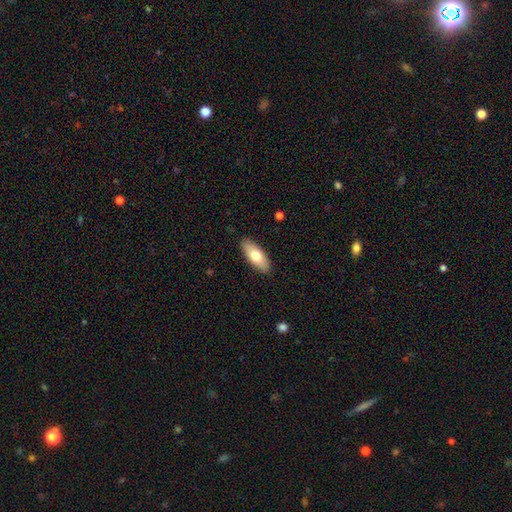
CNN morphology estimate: Smooth or featured?
  - smooth: 71% *
  - featured or disk: 24%
  - star or artifact: 6%
How rounded?
  - in between: 78% *
  - cigar-shaped: 19%
  - round: 2%
Merging?
  - none: 89% *
  - minor disturbance: 8%
  - major disturbance: 2%
  - merger: 1%